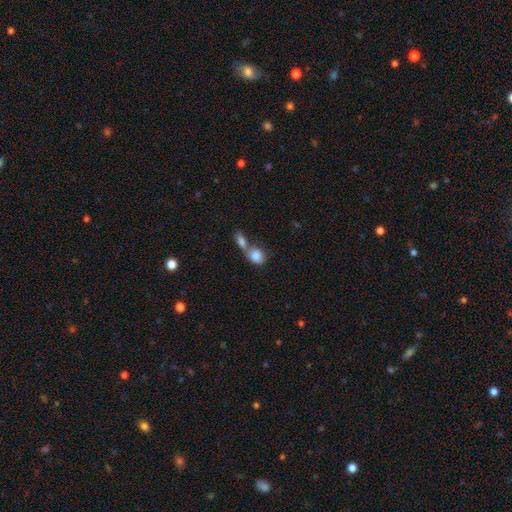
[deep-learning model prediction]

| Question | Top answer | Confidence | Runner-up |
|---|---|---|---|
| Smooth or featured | smooth | 83% | featured or disk (10%) |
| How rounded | in between | 53% | round (44%) |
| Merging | merger | 66% | none (23%) |